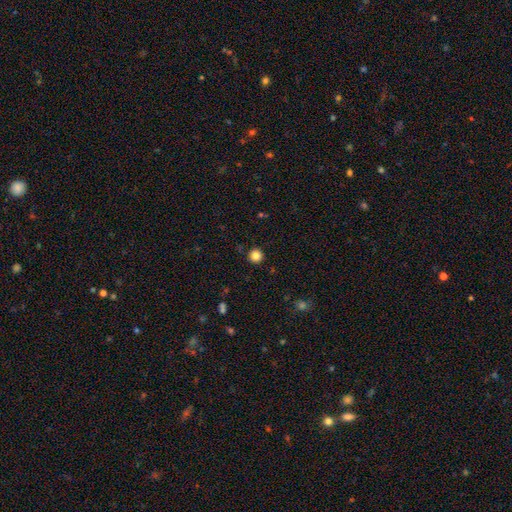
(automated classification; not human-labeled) Smooth or featured? smooth (84%)
How rounded? round (95%)
Merging? none (92%)